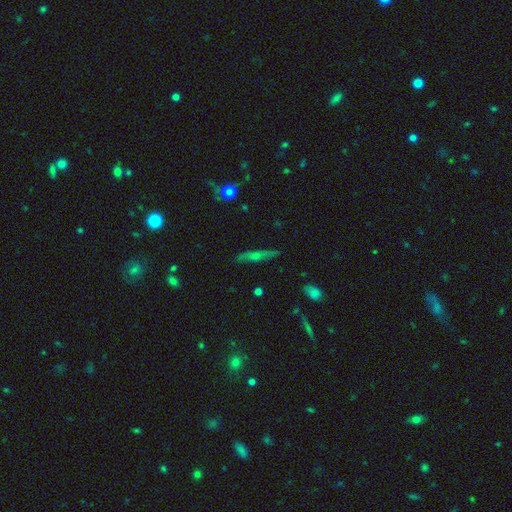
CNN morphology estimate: This appears to be a featured or disk galaxy (52%) viewed edge-on (86%). Merging: none (82%).